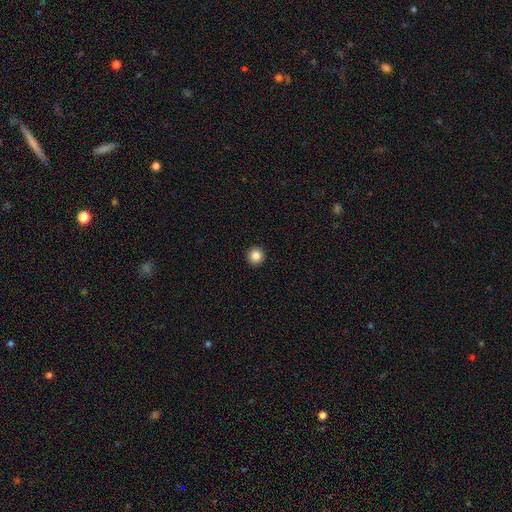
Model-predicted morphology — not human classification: type=smooth (85%); roundness=round (96%); merging=none (94%).